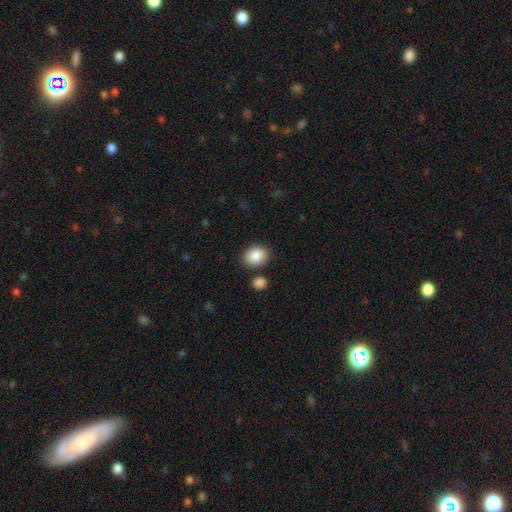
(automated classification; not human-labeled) Q: Smooth or featured?
A: smooth (88%); runner-up: star or artifact (7%)
Q: How rounded?
A: round (50%); runner-up: in between (49%)
Q: Merging?
A: none (82%); runner-up: minor disturbance (10%)